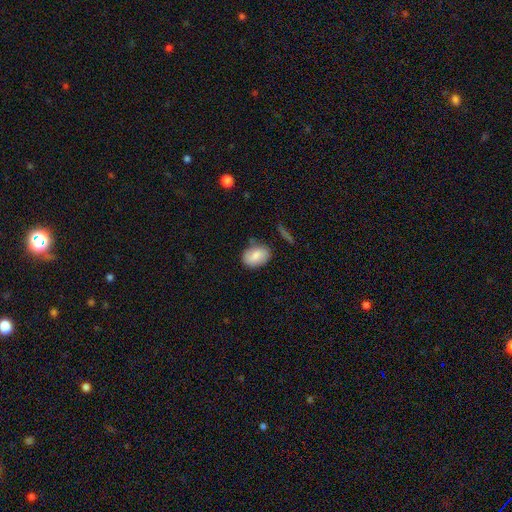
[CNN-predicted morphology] The model was most divided on "merging": none: 74%, minor disturbance: 18%, major disturbance: 4%, merger: 4%. More confident: how rounded — in between (77%); smooth or featured — smooth (76%).